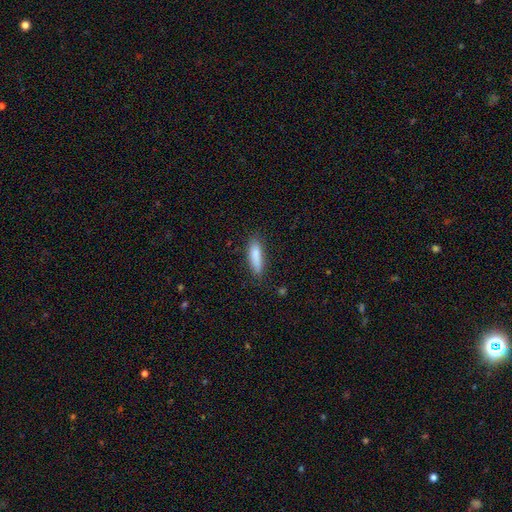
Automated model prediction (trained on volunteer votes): This appears to be a smooth galaxy with no disk features (84%) that is cigar-shaped (57%). Merging: none (78%).